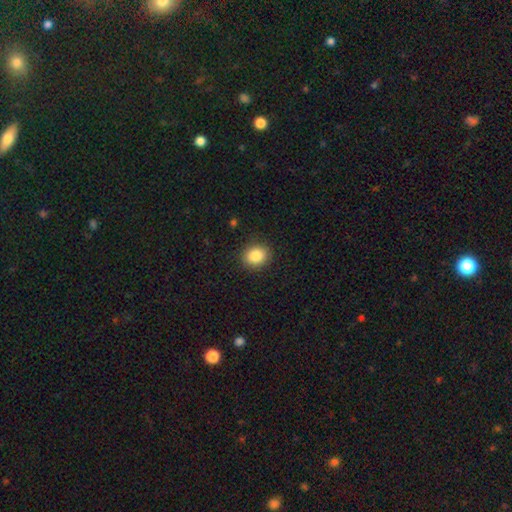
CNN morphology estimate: Smooth or featured? Predicted: smooth (p=0.86). How rounded? Predicted: round (p=0.63). Merging? Predicted: none (p=0.89).